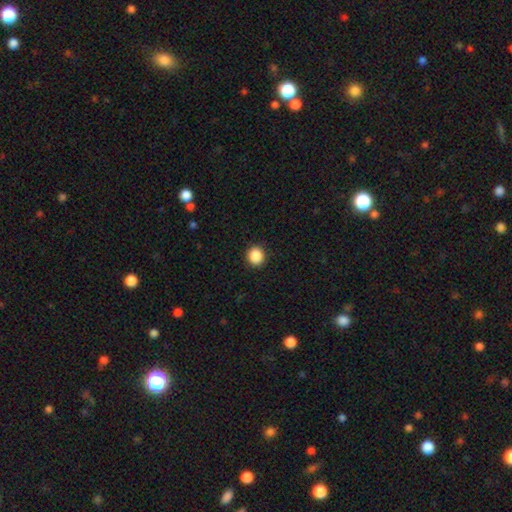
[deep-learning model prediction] smooth_or_featured: smooth (p=0.88) [alt: star or artifact p=0.09]
how_rounded: round (p=0.90) [alt: in between p=0.09]
merging: none (p=0.92) [alt: minor disturbance p=0.05]